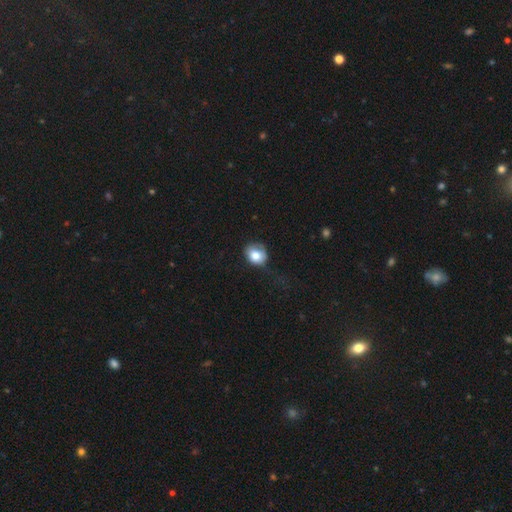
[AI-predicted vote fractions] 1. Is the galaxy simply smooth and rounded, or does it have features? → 77% smooth, 14% featured or disk, 9% star or artifact.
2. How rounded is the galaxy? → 65% round, 34% in between, 1% cigar-shaped.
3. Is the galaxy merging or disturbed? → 42% none, 33% minor disturbance, 22% major disturbance, 2% merger.